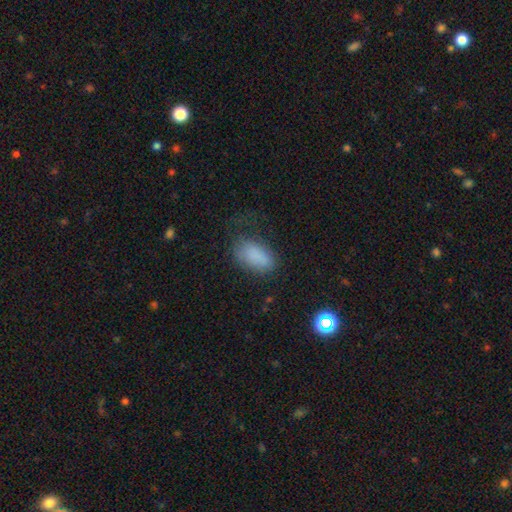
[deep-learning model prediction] This is clearly a smooth galaxy (81%). How rounded: clearly in between (92%). Merging: possibly none (48%).